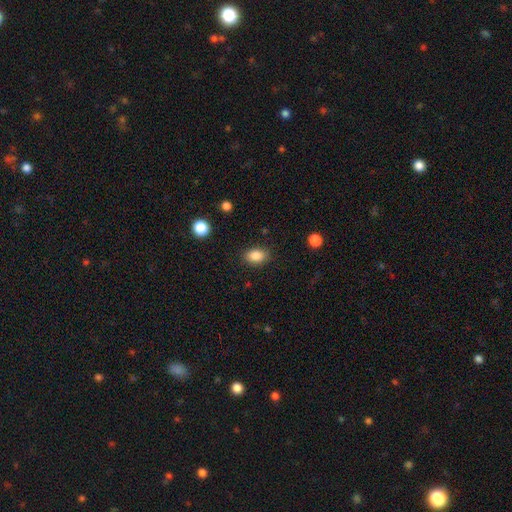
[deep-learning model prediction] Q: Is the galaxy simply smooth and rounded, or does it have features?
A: smooth — 86%.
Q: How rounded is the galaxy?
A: in between — 80%.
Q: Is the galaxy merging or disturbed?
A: none — 86%.